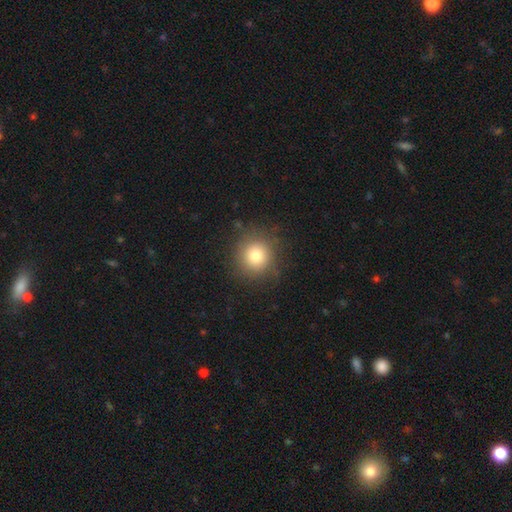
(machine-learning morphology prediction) smooth-or-featured: smooth: 79% | star or artifact: 12% | featured or disk: 9%
  how-rounded: round: 92% | in between: 7% | cigar-shaped: 1%
  merging: none: 85% | minor disturbance: 10% | major disturbance: 4% | merger: 1%